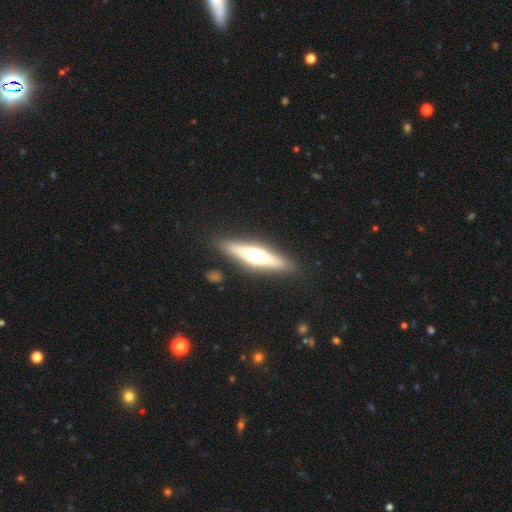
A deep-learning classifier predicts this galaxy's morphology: Smooth or featured: featured or disk — 59% (smooth — 35%)
Edge-on disk: yes — 93% (no — 7%)
Edge-on bulge: rounded — 91% (boxy — 5%)
Merging: none — 88% (minor disturbance — 8%)